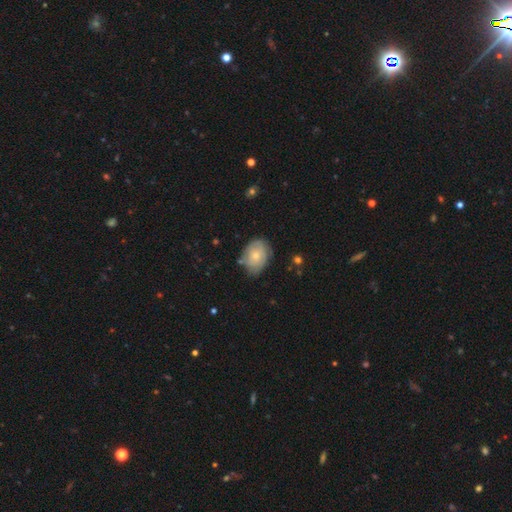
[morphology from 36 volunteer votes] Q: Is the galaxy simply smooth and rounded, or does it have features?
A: smooth — 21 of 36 (58%).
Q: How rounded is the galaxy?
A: in between — 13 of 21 (62%).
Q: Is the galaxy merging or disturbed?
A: minor disturbance — 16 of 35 (46%).